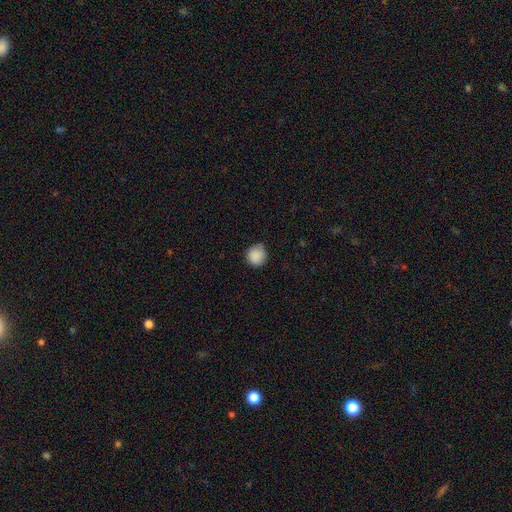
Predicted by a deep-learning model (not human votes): Smooth or featured? smooth (88%)
How rounded? round (90%)
Merging? none (79%)